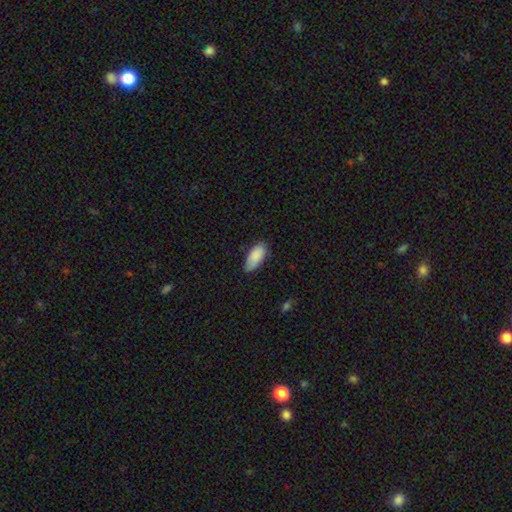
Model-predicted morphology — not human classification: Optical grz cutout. It shows a smooth galaxy with no disk features (87%) that is in between round and cigar-shaped (90%). Merging: none (72%).